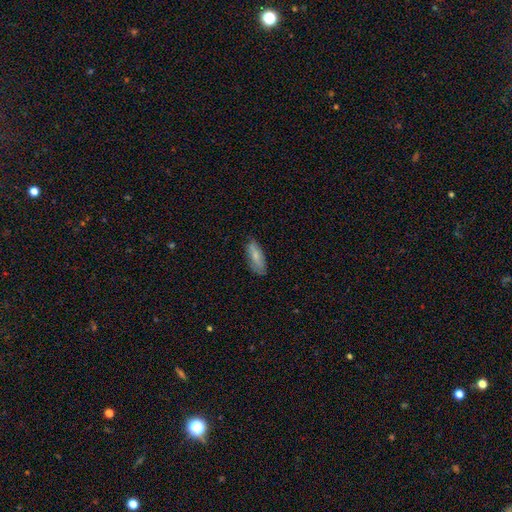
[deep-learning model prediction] Smooth or featured? smooth (74%)
How rounded? in between (74%)
Merging? none (75%)